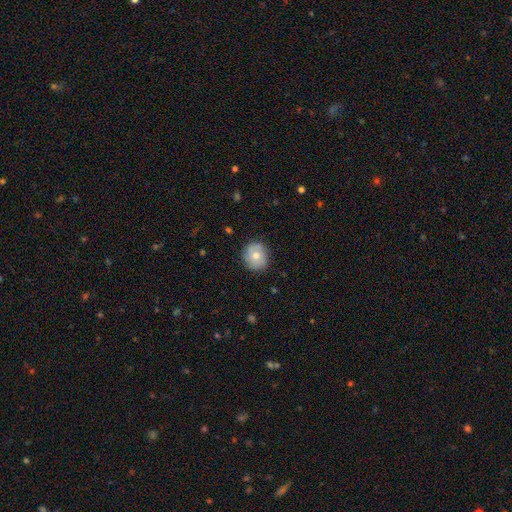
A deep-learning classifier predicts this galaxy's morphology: smooth-or-featured: smooth: 65% | featured or disk: 26% | star or artifact: 8%
  how-rounded: round: 84% | in between: 15% | cigar-shaped: 1%
  merging: none: 81% | minor disturbance: 15% | major disturbance: 3% | merger: 1%